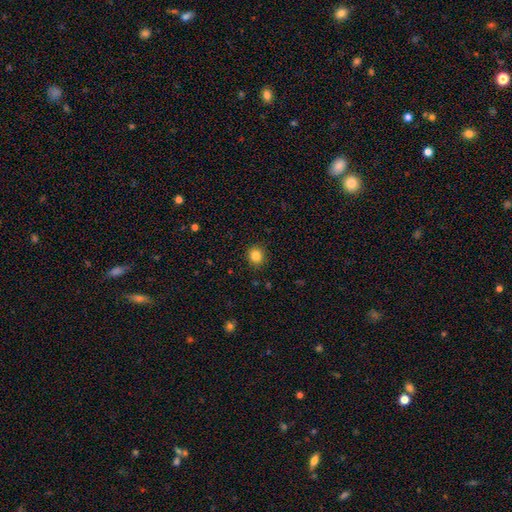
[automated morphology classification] smooth_or_featured: smooth (p=0.84) [alt: star or artifact p=0.11]
how_rounded: round (p=0.86) [alt: in between p=0.13]
merging: none (p=0.91) [alt: minor disturbance p=0.06]